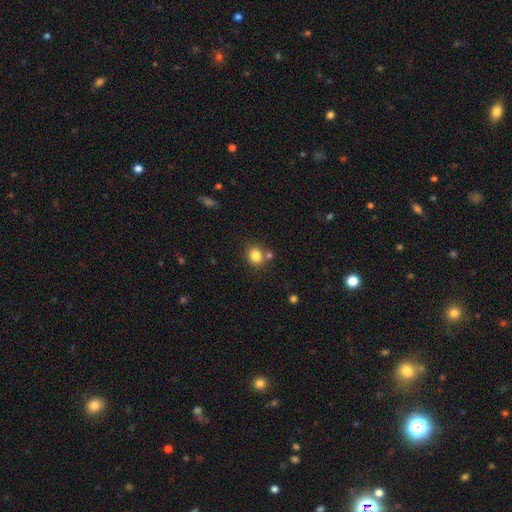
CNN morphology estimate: A smooth galaxy with no disk features (83%) that is round (76%). Merging: none (69%).